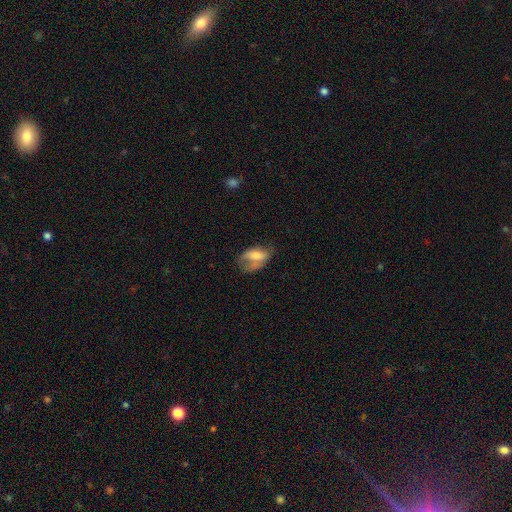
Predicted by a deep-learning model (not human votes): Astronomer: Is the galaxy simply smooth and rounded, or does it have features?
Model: smooth — 58% (runner-up: featured or disk, 34%).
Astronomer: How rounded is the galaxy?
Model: in between — 88%.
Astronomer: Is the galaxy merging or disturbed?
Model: major disturbance — 33% (runner-up: none, 32%).